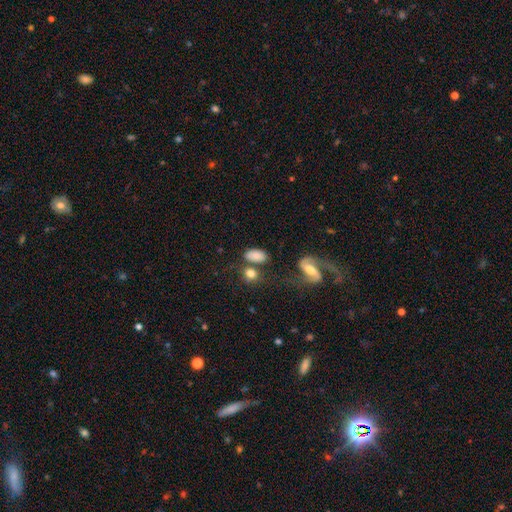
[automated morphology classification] A smooth galaxy with no disk features (76%) that is in between round and cigar-shaped (89%).

Vote fractions:
- Smooth or featured? smooth: 76% / featured or disk: 16% / star or artifact: 8%
- How rounded? in between: 89% / round: 9% / cigar-shaped: 3%
- Merging? none: 56% / merger: 19% / minor disturbance: 17% / major disturbance: 9%